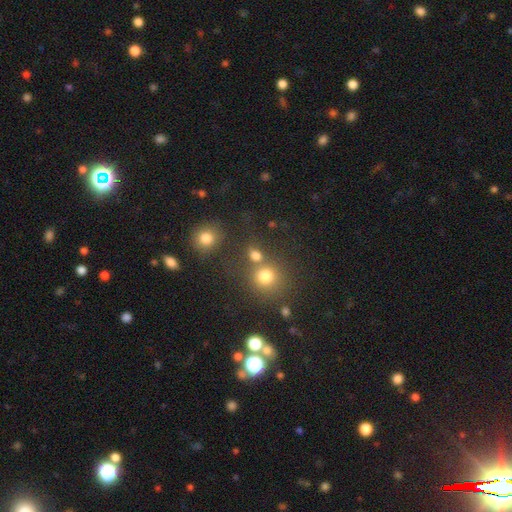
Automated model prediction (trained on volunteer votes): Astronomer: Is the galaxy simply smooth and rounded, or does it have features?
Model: smooth — 76%.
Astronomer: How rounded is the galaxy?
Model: round — 77%.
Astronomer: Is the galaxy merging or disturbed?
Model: none — 55% (runner-up: merger, 30%).